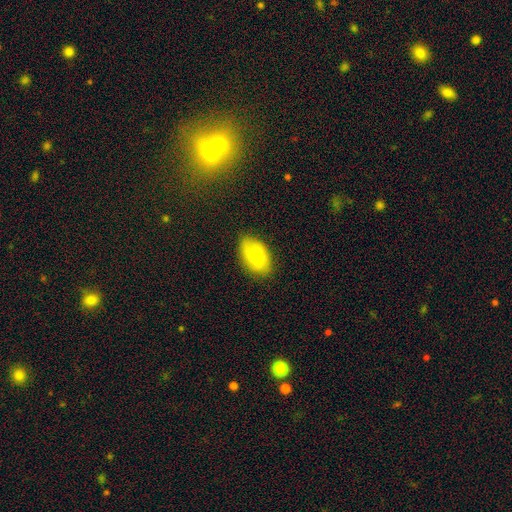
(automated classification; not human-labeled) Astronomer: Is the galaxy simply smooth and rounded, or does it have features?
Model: smooth — 75%.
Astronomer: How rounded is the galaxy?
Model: in between — 91%.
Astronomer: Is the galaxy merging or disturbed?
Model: none — 80%.